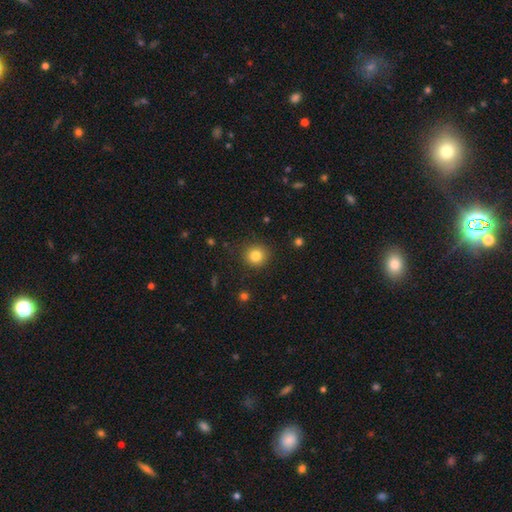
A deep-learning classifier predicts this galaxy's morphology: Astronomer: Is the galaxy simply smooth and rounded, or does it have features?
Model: smooth — 82%.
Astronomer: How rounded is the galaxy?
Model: round — 91%.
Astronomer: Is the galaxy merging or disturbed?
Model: none — 89%.